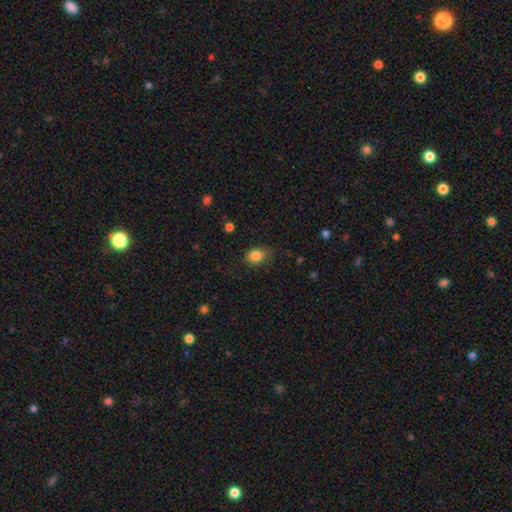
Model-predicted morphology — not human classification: This appears to be a smooth galaxy with no disk features (84%) that is in between round and cigar-shaped (69%). Merging: none (72%).